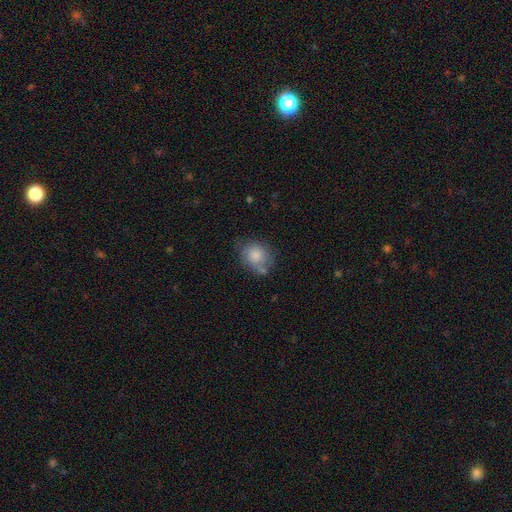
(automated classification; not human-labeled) smooth 78%, featured or disk 14%, star or artifact 8%. Down the decision tree: how rounded — round (59%); merging — none (57%).